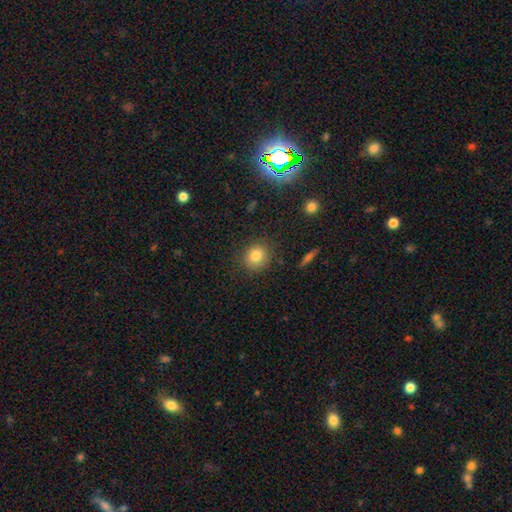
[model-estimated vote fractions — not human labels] smooth_or_featured: smooth (p=0.82) [alt: star or artifact p=0.11]
how_rounded: round (p=0.79) [alt: in between p=0.20]
merging: none (p=0.85) [alt: minor disturbance p=0.10]